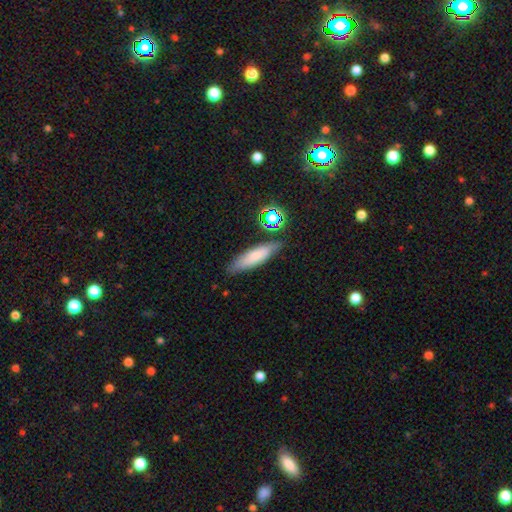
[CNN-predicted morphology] Overall: smooth (71%). How rounded: cigar-shaped (65%; in between 33%). Merging: none (81%).